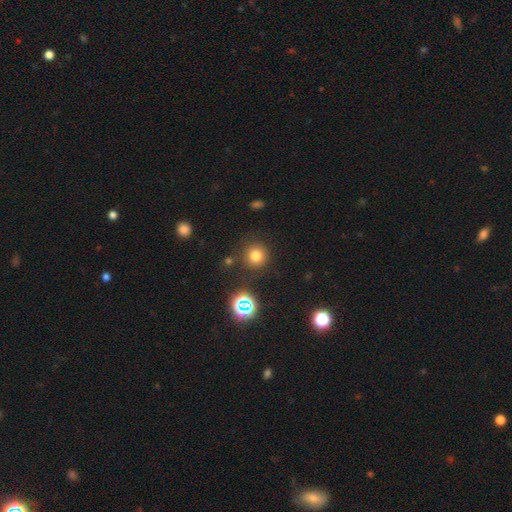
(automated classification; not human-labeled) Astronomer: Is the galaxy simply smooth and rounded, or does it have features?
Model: smooth — 73%.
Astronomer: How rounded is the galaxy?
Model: round — 93%.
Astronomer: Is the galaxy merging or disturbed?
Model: none — 84%.